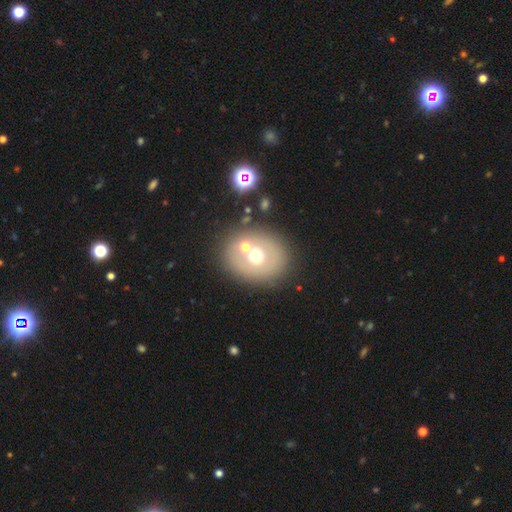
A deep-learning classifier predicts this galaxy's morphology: smooth 55%, featured or disk 29%, star or artifact 16%. Down the decision tree: how rounded — round (68%); merging — none (68%).